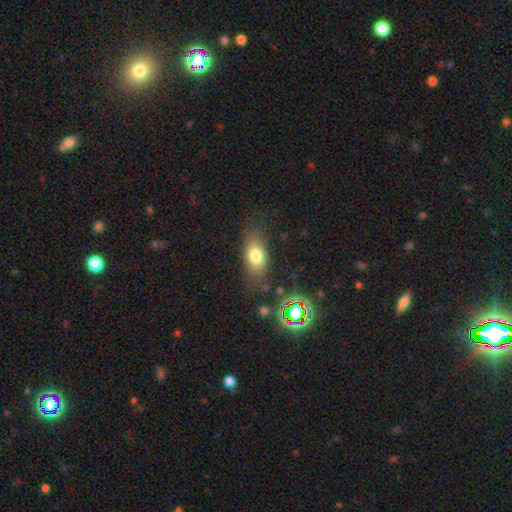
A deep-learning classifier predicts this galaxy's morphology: Smooth or featured?
  - smooth: 74% *
  - featured or disk: 15%
  - star or artifact: 11%
How rounded?
  - in between: 83% *
  - round: 9%
  - cigar-shaped: 7%
Merging?
  - none: 77% *
  - minor disturbance: 15%
  - major disturbance: 6%
  - merger: 2%